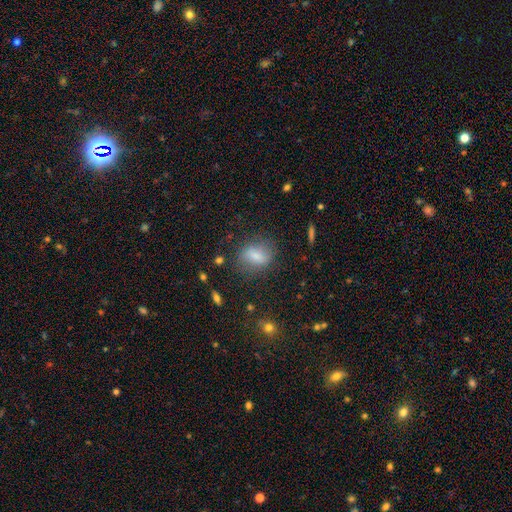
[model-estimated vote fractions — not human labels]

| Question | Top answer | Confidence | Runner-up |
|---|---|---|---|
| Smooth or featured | smooth | 73% | featured or disk (17%) |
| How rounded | in between | 65% | round (32%) |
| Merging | none | 70% | minor disturbance (19%) |